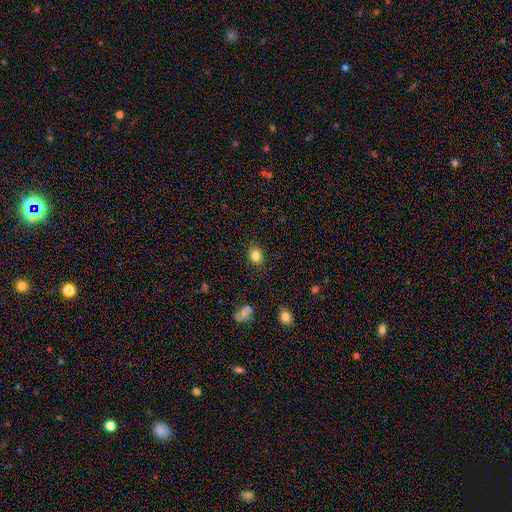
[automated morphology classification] The model was most divided on "how rounded": round: 59%, in between: 40%, cigar-shaped: 1%. More confident: merging — none (88%); smooth or featured — smooth (83%).